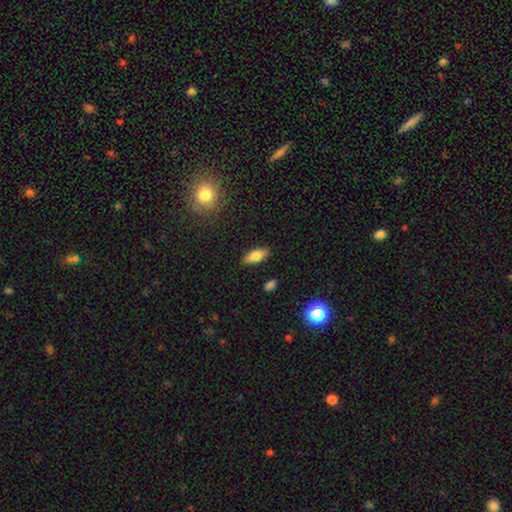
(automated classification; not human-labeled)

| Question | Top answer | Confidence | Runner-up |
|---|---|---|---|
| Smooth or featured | smooth | 77% | featured or disk (15%) |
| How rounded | in between | 84% | cigar-shaped (14%) |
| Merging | none | 88% | minor disturbance (9%) |